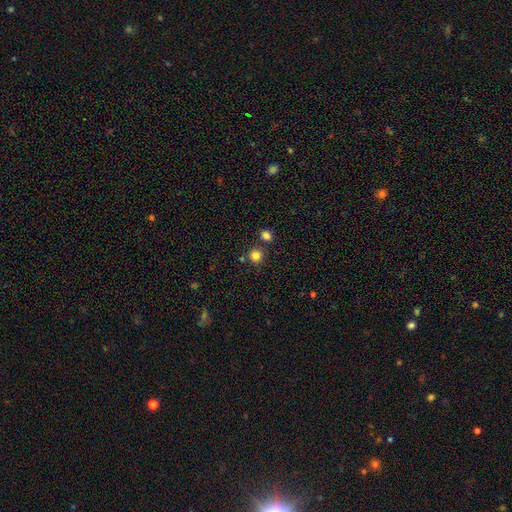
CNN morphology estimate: A smooth galaxy with no disk features (82%) that is round (92%).

Vote fractions:
- Smooth or featured? smooth: 82% / star or artifact: 13% / featured or disk: 5%
- How rounded? round: 92% / in between: 7% / cigar-shaped: 1%
- Merging? none: 79% / merger: 11% / minor disturbance: 7% / major disturbance: 2%